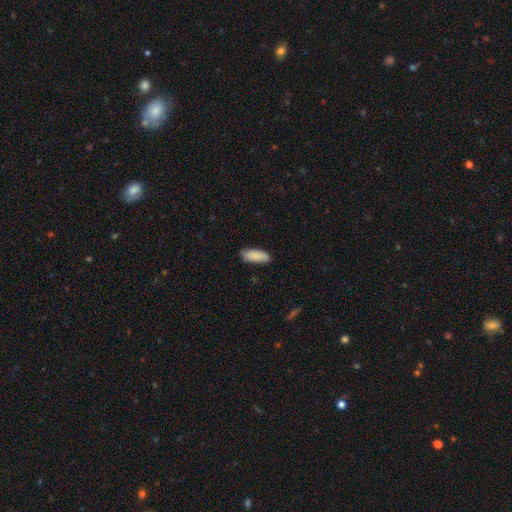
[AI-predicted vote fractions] This appears to be a smooth galaxy with no disk features (88%) that is in between round and cigar-shaped (77%). Merging: none (81%).